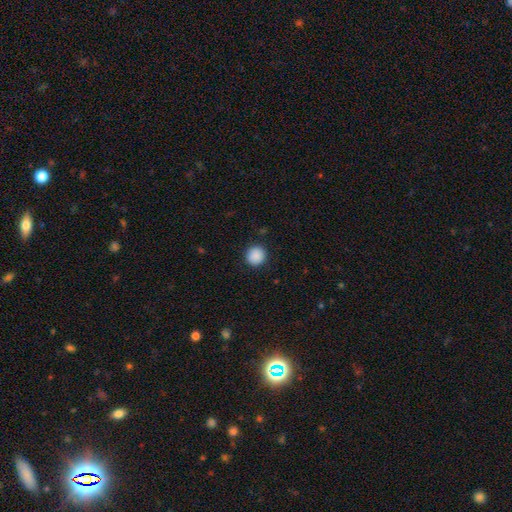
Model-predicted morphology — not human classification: Smooth or featured? Predicted: smooth (p=0.89). How rounded? Predicted: round (p=0.92). Merging? Predicted: none (p=0.91).